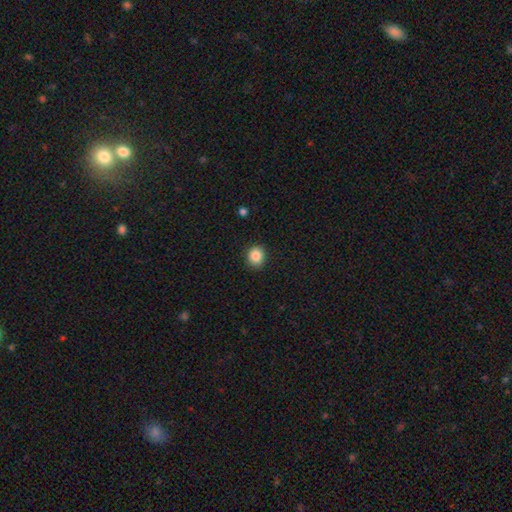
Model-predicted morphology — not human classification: Smooth or featured? smooth (87%)
How rounded? round (75%)
Merging? none (89%)